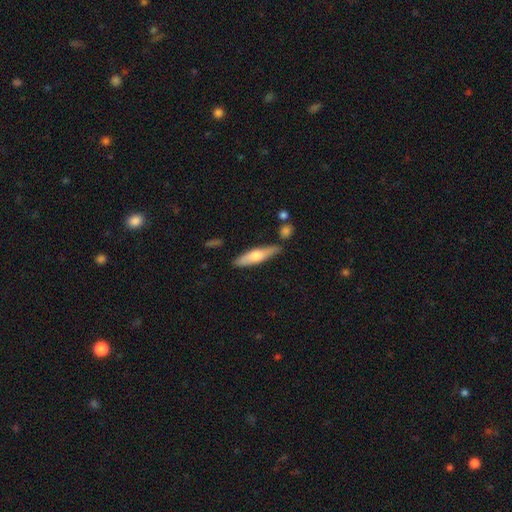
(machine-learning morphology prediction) smooth 55%, featured or disk 40%, star or artifact 6%. Down the decision tree: how rounded — cigar-shaped (67%); merging — none (80%).